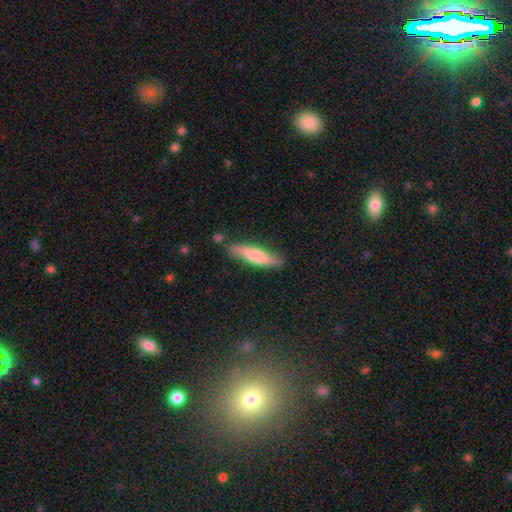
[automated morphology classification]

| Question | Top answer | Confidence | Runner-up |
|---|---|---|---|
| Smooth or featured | smooth | 68% | featured or disk (26%) |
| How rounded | cigar-shaped | 76% | in between (23%) |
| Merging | none | 74% | minor disturbance (17%) |